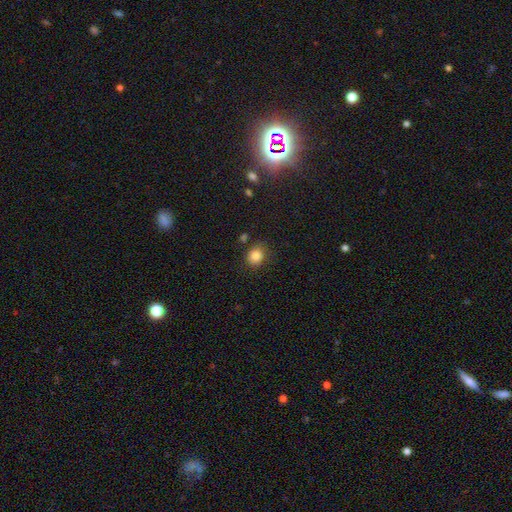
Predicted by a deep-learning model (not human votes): smooth_or_featured: smooth (p=0.84) [alt: star or artifact p=0.11]
how_rounded: round (p=0.70) [alt: in between p=0.29]
merging: none (p=0.77) [alt: minor disturbance p=0.14]